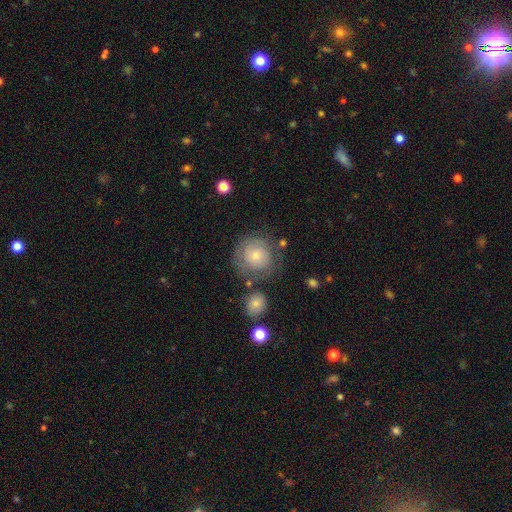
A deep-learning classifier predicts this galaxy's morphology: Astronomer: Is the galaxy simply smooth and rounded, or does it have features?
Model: smooth — 61%.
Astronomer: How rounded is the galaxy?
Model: round — 91%.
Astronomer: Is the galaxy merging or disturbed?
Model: none — 67%.